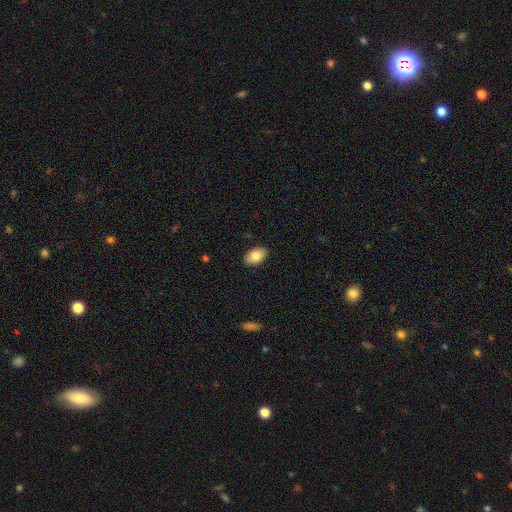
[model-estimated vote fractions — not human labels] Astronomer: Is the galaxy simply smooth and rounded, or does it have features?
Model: smooth — 82%.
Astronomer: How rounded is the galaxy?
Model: in between — 90%.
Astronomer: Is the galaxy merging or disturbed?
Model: none — 88%.